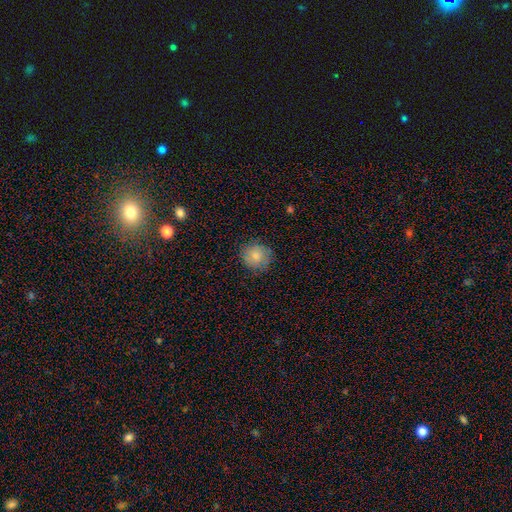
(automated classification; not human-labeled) This appears to be a smooth galaxy with no disk features (82%) that is round (90%). Merging: none (83%).